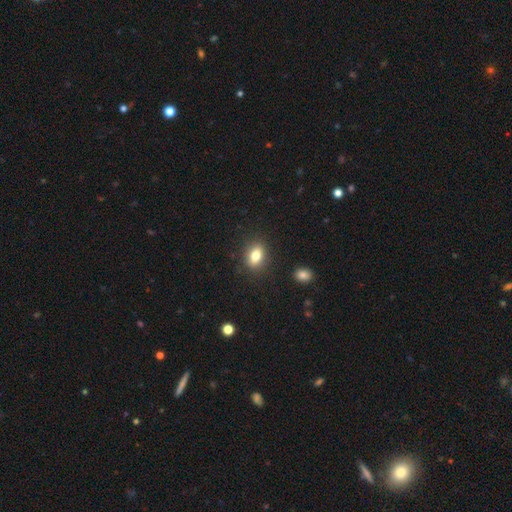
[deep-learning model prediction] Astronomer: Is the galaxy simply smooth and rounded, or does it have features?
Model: smooth — 79%.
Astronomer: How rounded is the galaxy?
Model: in between — 78%.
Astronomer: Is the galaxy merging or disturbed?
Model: none — 86%.